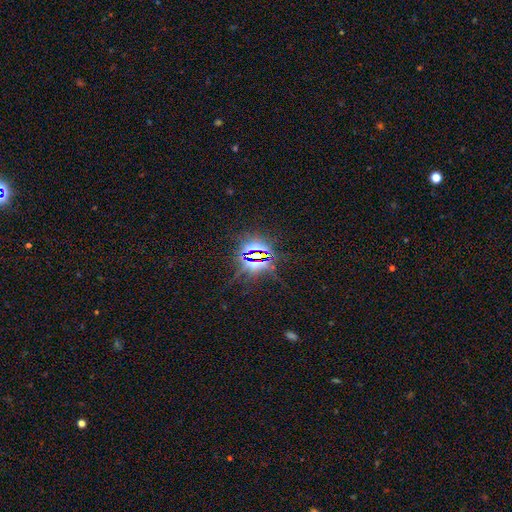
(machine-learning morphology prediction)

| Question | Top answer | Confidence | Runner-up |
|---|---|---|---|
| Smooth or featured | star or artifact | 84% | smooth (9%) |